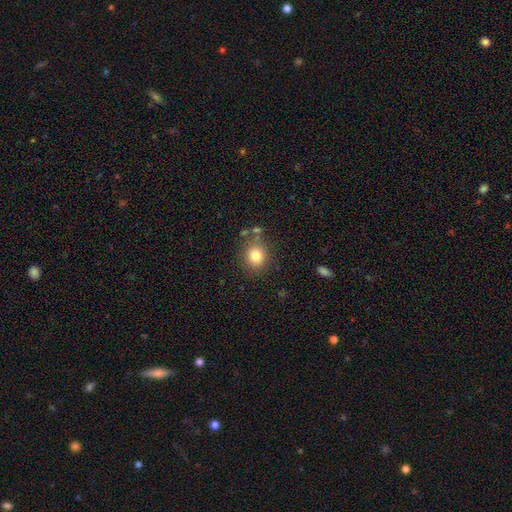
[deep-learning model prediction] Morphology: type=smooth (81%); roundness=round (76%); merging=none (77%).